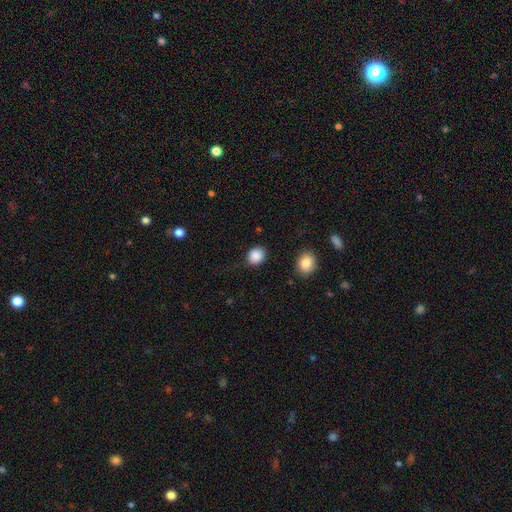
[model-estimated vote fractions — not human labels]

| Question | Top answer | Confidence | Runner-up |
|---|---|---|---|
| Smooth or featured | smooth | 88% | star or artifact (9%) |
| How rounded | round | 67% | in between (32%) |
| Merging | none | 86% | minor disturbance (9%) |